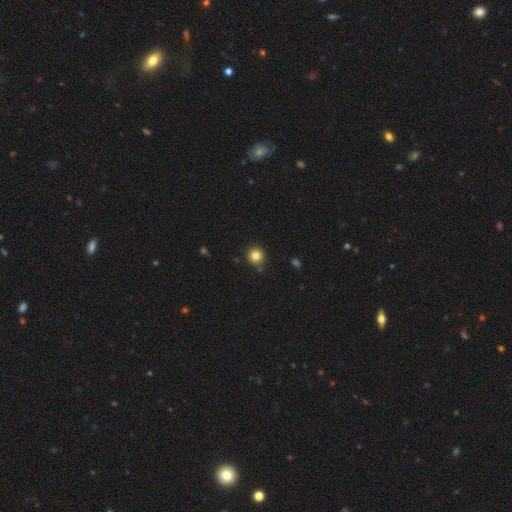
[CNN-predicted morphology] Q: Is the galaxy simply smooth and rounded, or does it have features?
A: smooth — 83%.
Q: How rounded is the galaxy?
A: round — 94%.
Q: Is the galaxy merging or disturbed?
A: none — 88%.